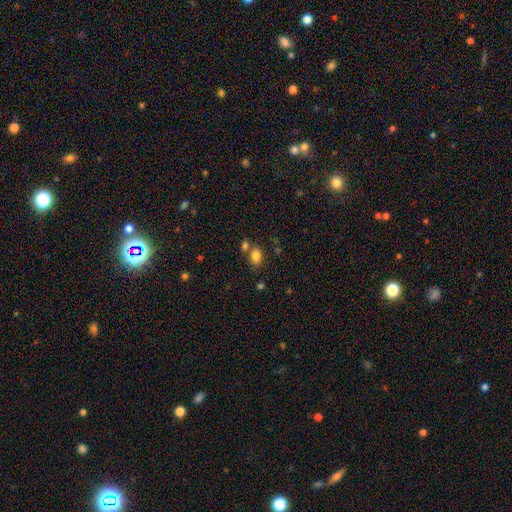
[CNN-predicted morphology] Smooth or featured: smooth — 83% (star or artifact — 10%)
How rounded: in between — 83% (round — 15%)
Merging: none — 63% (merger — 22%)